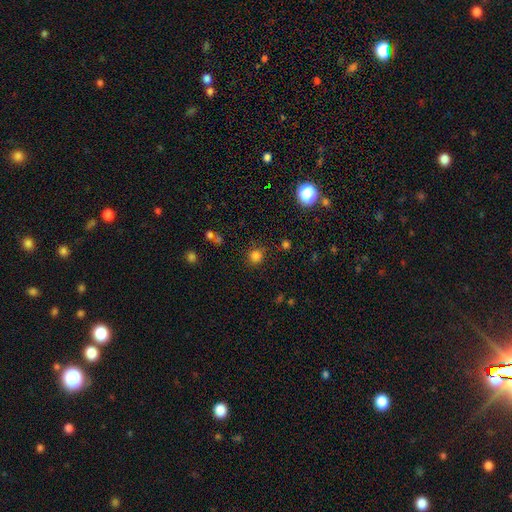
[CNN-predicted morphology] type=smooth (78%); roundness=round (90%); merging=none (85%).